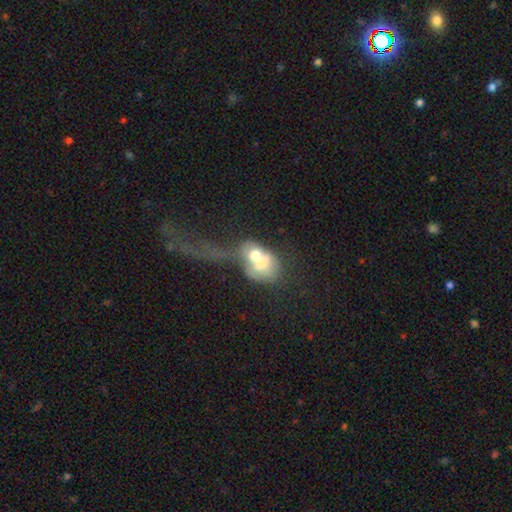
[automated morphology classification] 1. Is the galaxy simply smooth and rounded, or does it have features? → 49% smooth, 41% featured or disk, 10% star or artifact.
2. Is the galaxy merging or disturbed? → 59% merger, 28% major disturbance, 8% none, 5% minor disturbance.